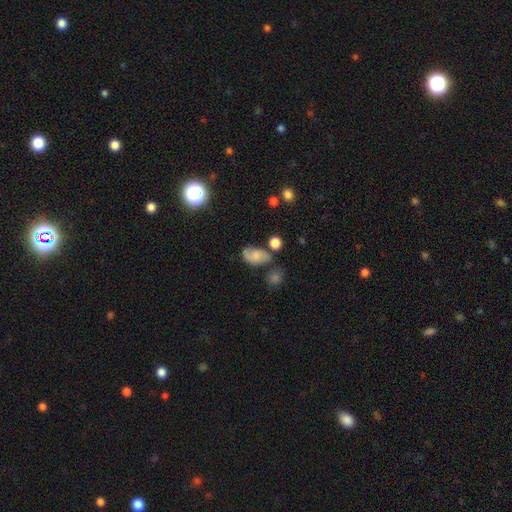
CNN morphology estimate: Smooth or featured? smooth (59%)
How rounded? in between (88%)
Merging? none (50%)